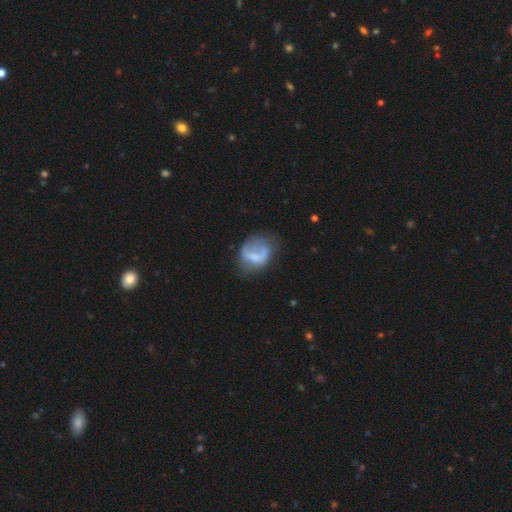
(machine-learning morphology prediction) smooth_or_featured: smooth (p=0.47) [alt: featured or disk p=0.44]
merging: none (p=0.35) [alt: major disturbance p=0.33]